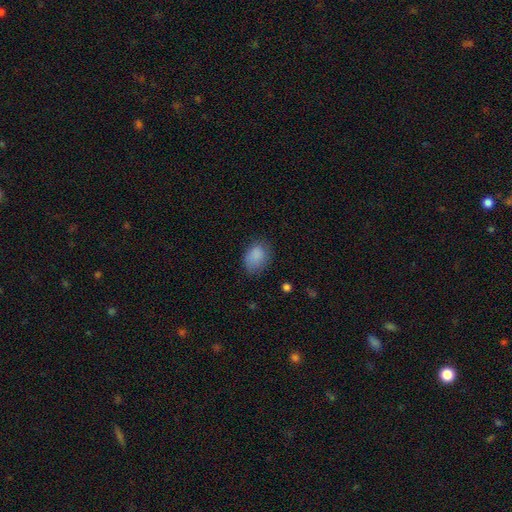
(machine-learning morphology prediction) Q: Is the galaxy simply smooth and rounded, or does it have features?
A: smooth — 85%.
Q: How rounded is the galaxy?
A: in between — 71%.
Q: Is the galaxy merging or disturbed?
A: none — 68%.